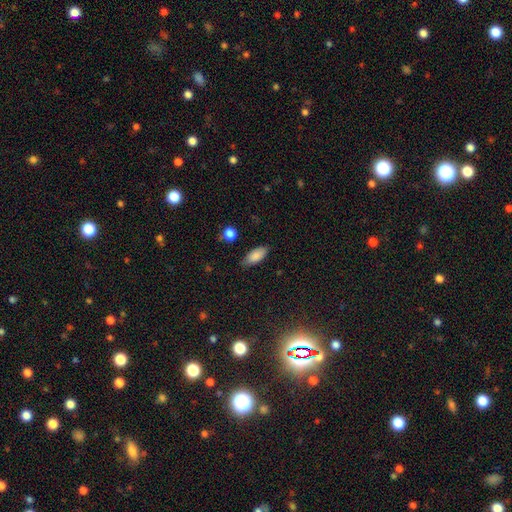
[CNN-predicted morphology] The model was most divided on "merging": none: 80%, minor disturbance: 16%, major disturbance: 3%, merger: 2%. More confident: smooth or featured — smooth (86%); how rounded — in between (86%).